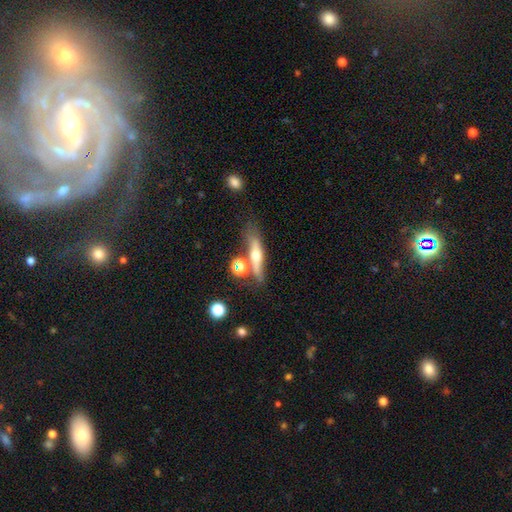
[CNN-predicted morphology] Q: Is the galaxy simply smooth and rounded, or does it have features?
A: featured or disk — 49%.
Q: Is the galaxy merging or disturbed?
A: none — 60%.